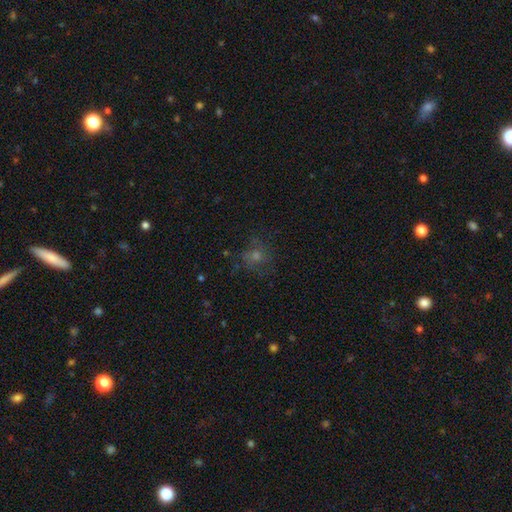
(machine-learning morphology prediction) Smooth or featured? Predicted: smooth (p=0.42). Merging? Predicted: none (p=0.72).